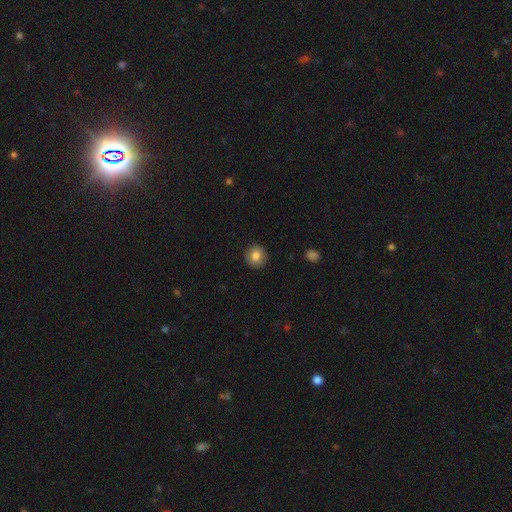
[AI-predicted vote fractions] smooth_or_featured: smooth (p=0.83) [alt: star or artifact p=0.09]
how_rounded: round (p=0.92) [alt: in between p=0.07]
merging: none (p=0.90) [alt: minor disturbance p=0.07]